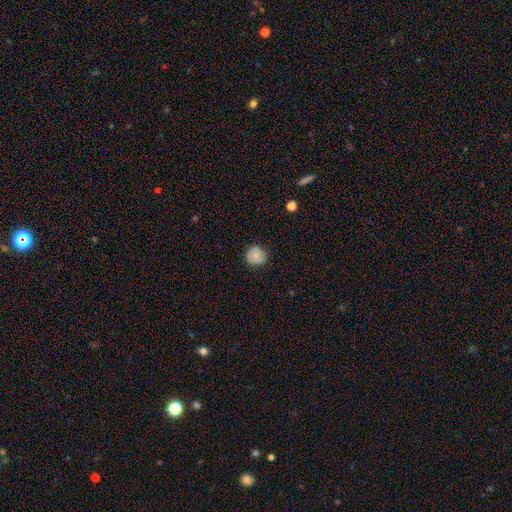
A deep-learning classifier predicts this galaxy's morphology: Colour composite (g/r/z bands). It shows a smooth galaxy with no disk features (76%) that is round (91%). Merging: none (85%).